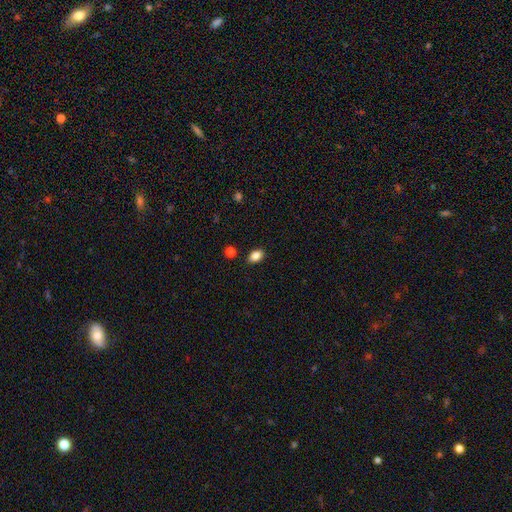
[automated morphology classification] smooth 86%, star or artifact 10%, featured or disk 5%. Down the decision tree: how rounded — in between (83%); merging — none (86%).